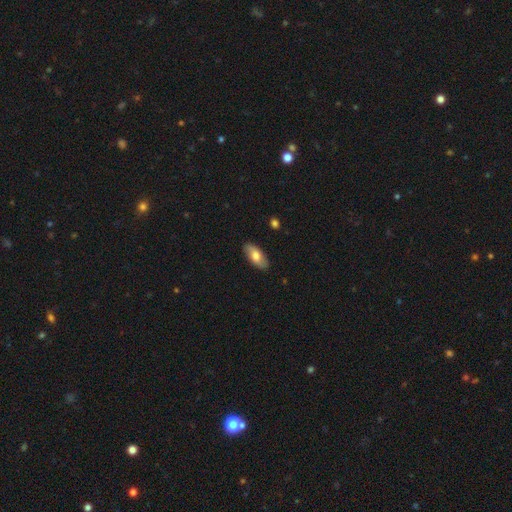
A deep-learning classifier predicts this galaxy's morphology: smooth-or-featured: smooth: 62% | featured or disk: 32% | star or artifact: 6%
  how-rounded: in between: 88% | cigar-shaped: 9% | round: 3%
  merging: none: 87% | minor disturbance: 10% | major disturbance: 2% | merger: 1%